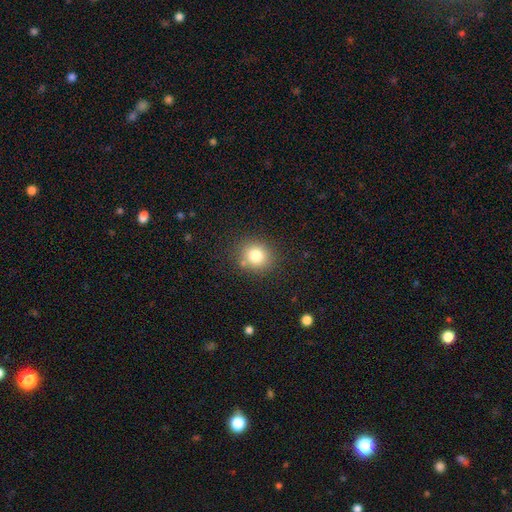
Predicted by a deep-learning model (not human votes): Smooth or featured? smooth (80%)
How rounded? round (79%)
Merging? none (82%)